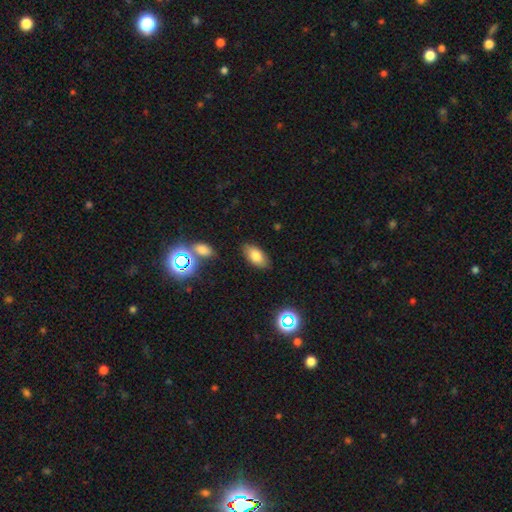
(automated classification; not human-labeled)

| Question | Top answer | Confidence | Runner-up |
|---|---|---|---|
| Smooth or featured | smooth | 78% | star or artifact (11%) |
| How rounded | in between | 92% | round (4%) |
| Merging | none | 83% | minor disturbance (12%) |